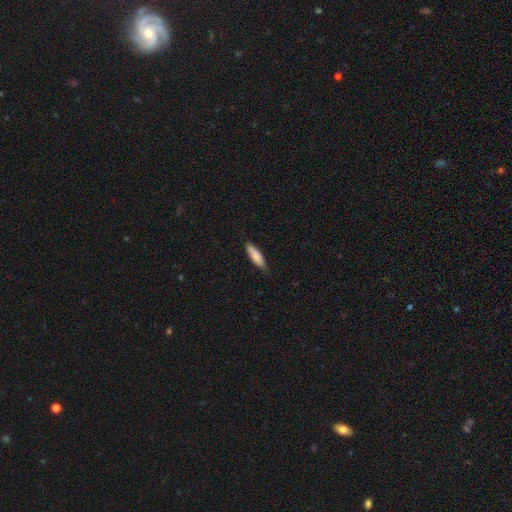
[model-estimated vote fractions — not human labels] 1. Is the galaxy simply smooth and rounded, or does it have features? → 83% smooth, 12% featured or disk, 6% star or artifact.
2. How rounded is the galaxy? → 60% cigar-shaped, 38% in between, 2% round.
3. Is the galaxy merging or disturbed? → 76% none, 20% minor disturbance, 3% major disturbance, 1% merger.